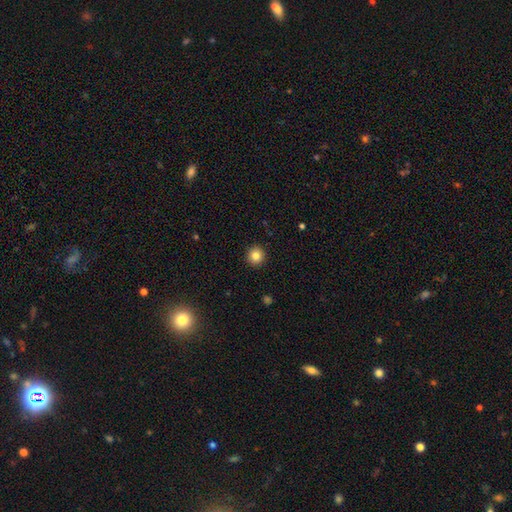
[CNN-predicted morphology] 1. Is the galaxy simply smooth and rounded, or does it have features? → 83% smooth, 11% star or artifact, 6% featured or disk.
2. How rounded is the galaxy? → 94% round, 5% in between, 1% cigar-shaped.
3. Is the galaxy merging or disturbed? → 93% none, 5% minor disturbance, 2% major disturbance, 1% merger.